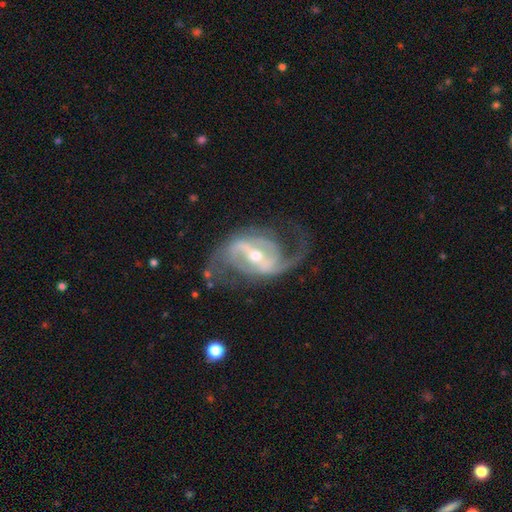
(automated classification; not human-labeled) Smooth or featured?
  - featured or disk: 91% *
  - star or artifact: 5%
  - smooth: 4%
Edge-on disk?
  - no: 97% *
  - yes: 3%
Bar?
  - strong: 58% *
  - weak: 31%
  - no: 11%
Spiral arms?
  - yes: 96% *
  - no: 4%
Spiral winding?
  - medium: 49% *
  - loose: 36%
  - tight: 15%
Spiral arm count?
  - 2: 85% *
  - 3: 5%
  - can't tell: 4%
  - 1: 3%
  - 4: 2%
  - more than 4: 1%
Bulge size?
  - moderate: 50% *
  - small: 46%
  - large: 3%
  - none: 1%
  - dominant: 1%
Merging?
  - none: 65% *
  - major disturbance: 17%
  - minor disturbance: 17%
  - merger: 2%